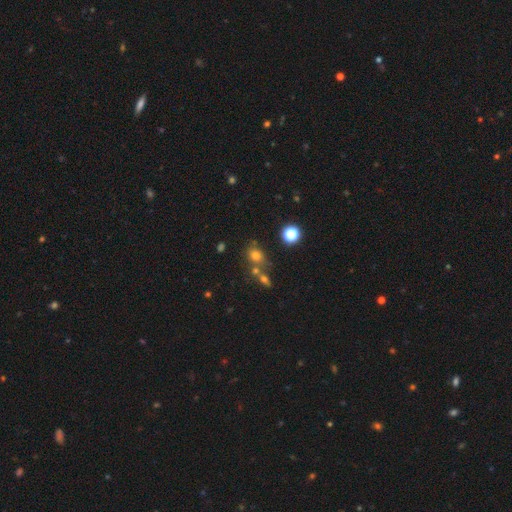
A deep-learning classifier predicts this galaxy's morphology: Q: Smooth or featured?
A: smooth (68%); runner-up: star or artifact (21%)
Q: How rounded?
A: round (64%); runner-up: in between (34%)
Q: Merging?
A: none (55%); runner-up: merger (28%)